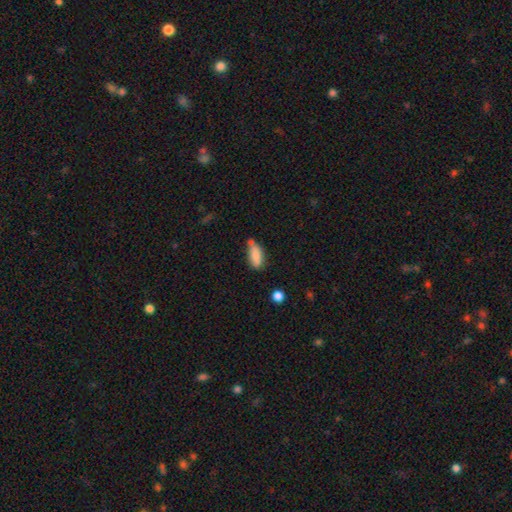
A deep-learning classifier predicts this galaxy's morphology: The model was most divided on "merging": none: 54%, minor disturbance: 22%, merger: 19%, major disturbance: 6%. More confident: smooth or featured — smooth (84%); how rounded — in between (79%).